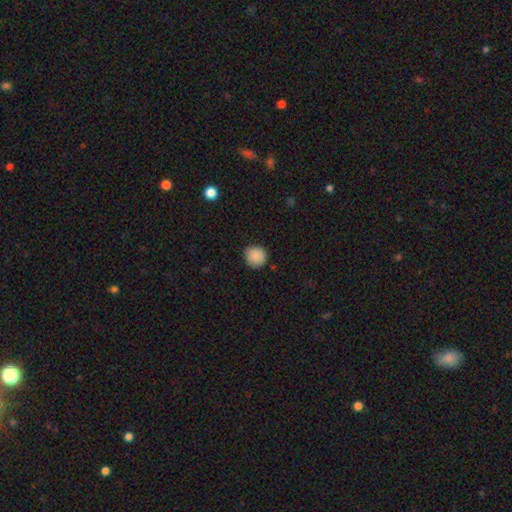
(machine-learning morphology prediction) smooth 88%, star or artifact 8%, featured or disk 3%. Down the decision tree: how rounded — round (93%); merging — none (87%).